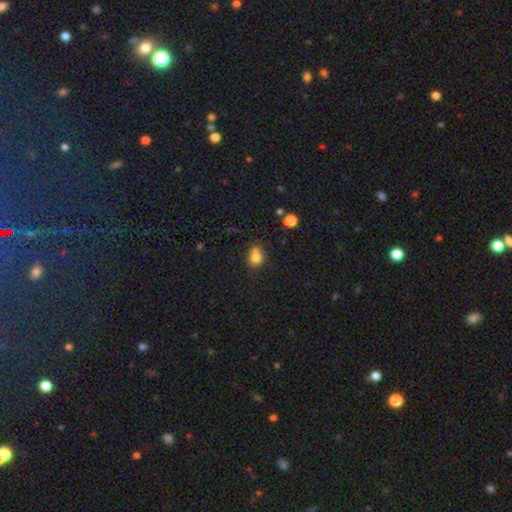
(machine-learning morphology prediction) smooth-or-featured: smooth: 76% | star or artifact: 12% | featured or disk: 12%
  how-rounded: round: 70% | in between: 29% | cigar-shaped: 1%
  merging: none: 49% | merger: 33% | minor disturbance: 14% | major disturbance: 5%